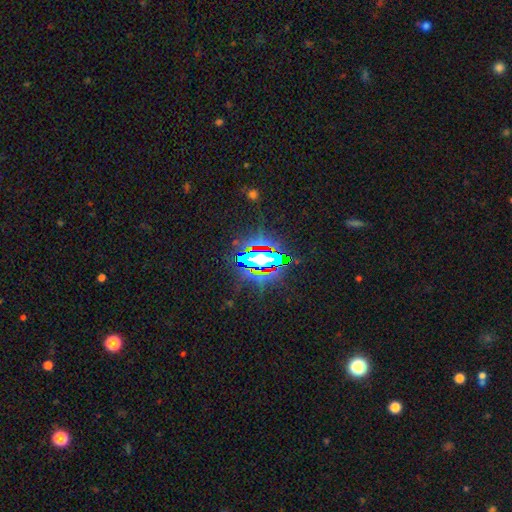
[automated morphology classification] Q: Smooth or featured?
A: star or artifact (68%); runner-up: smooth (19%)